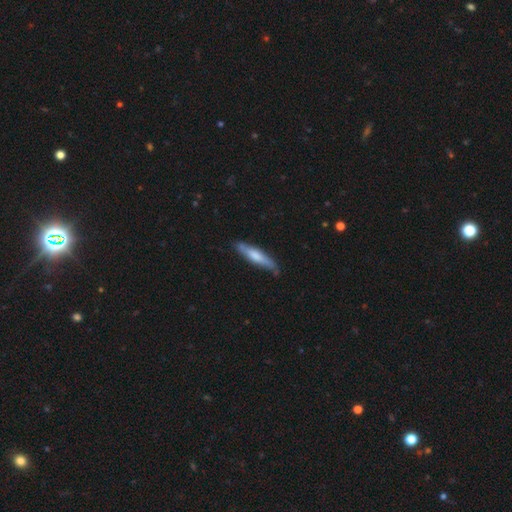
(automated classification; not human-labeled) Smooth or featured? smooth (58%)
How rounded? cigar-shaped (84%)
Merging? none (74%)